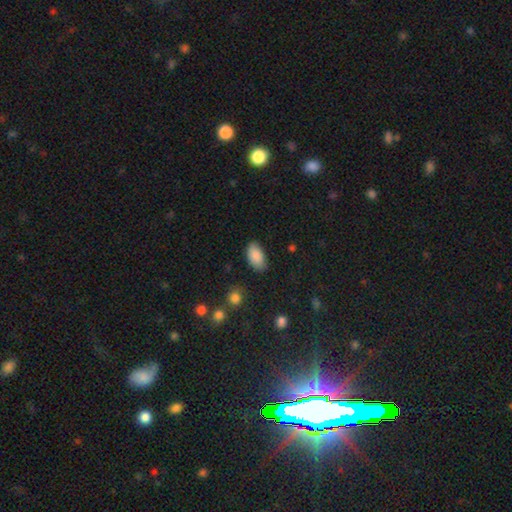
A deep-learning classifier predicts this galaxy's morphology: Smooth or featured? smooth (89%)
How rounded? in between (94%)
Merging? none (82%)